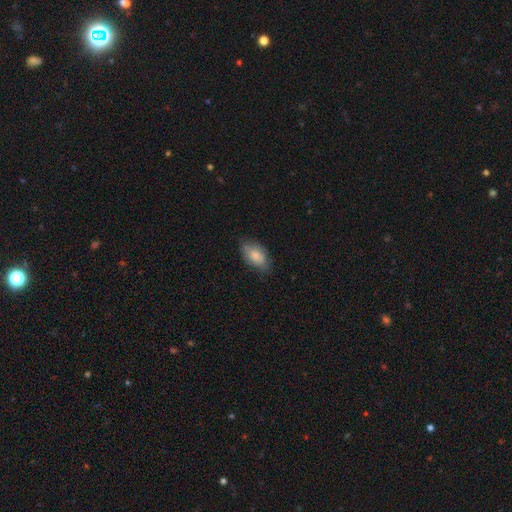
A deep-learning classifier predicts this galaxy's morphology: The model was most divided on "merging": none: 71%, minor disturbance: 23%, major disturbance: 5%, merger: 1%. More confident: how rounded — in between (92%); smooth or featured — smooth (77%).